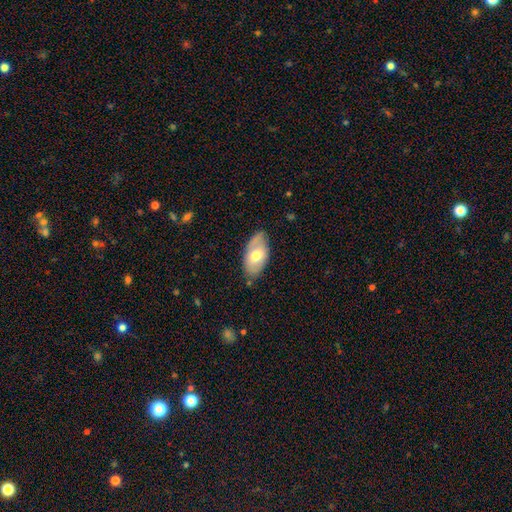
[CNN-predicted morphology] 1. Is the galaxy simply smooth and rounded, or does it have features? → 58% smooth, 36% featured or disk, 6% star or artifact.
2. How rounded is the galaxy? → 94% in between, 4% round, 2% cigar-shaped.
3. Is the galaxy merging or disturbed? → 73% none, 21% minor disturbance, 4% major disturbance, 2% merger.